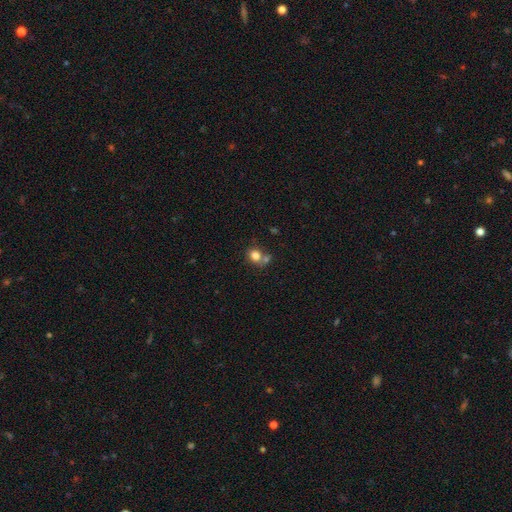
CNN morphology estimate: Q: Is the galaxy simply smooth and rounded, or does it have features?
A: smooth — 80%.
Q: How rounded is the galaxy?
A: round — 67%.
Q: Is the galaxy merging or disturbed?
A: none — 50%.